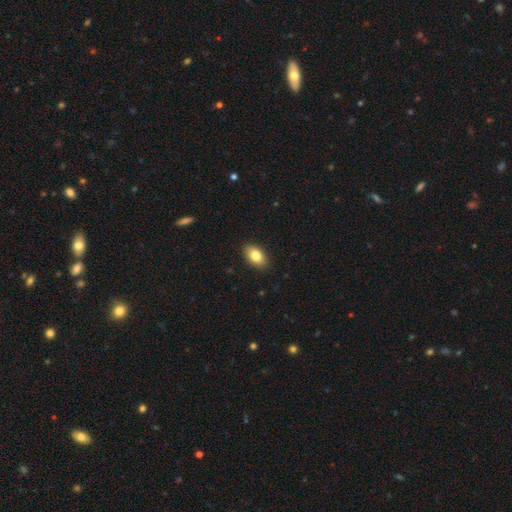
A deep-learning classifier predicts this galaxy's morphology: smooth_or_featured: smooth (p=0.82) [alt: featured or disk p=0.10]
how_rounded: in between (p=0.90) [alt: round p=0.08]
merging: none (p=0.89) [alt: minor disturbance p=0.08]